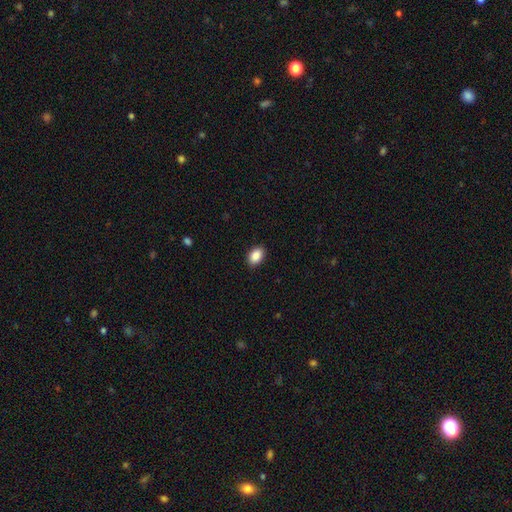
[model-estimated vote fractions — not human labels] Smooth or featured: smooth — 89% (star or artifact — 8%)
How rounded: in between — 86% (round — 13%)
Merging: none — 90% (minor disturbance — 8%)